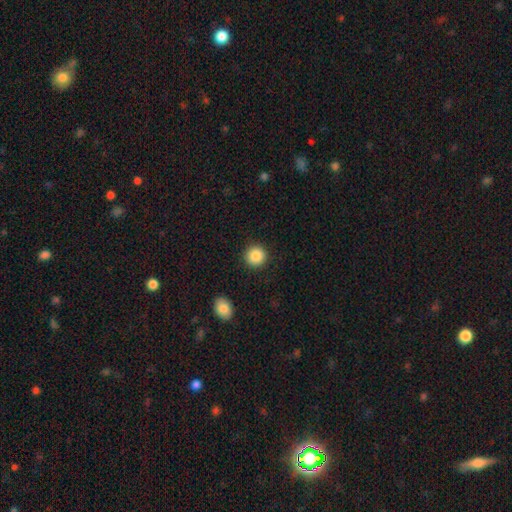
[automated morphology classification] Smooth or featured? smooth (88%)
How rounded? round (94%)
Merging? none (92%)